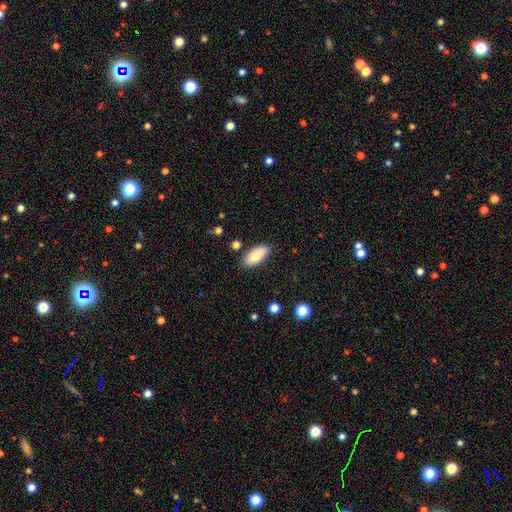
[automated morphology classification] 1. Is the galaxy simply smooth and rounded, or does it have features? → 77% smooth, 16% featured or disk, 7% star or artifact.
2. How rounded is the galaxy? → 88% in between, 9% cigar-shaped, 2% round.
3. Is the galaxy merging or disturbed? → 84% none, 11% minor disturbance, 3% merger, 2% major disturbance.